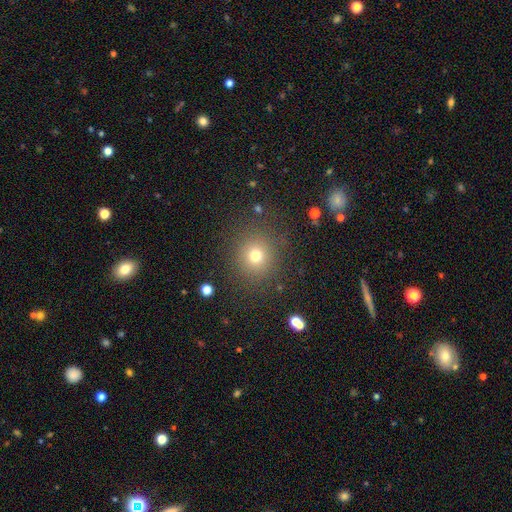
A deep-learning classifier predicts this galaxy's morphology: Smooth or featured? smooth (73%)
How rounded? round (90%)
Merging? none (85%)